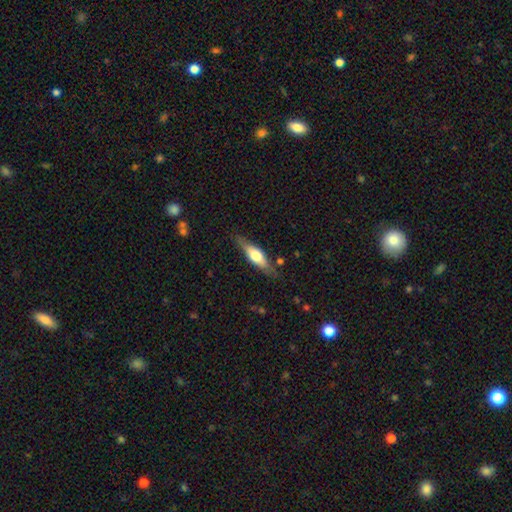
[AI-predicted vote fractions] This appears to be a featured or disk galaxy (49%). Merging: none (80%).